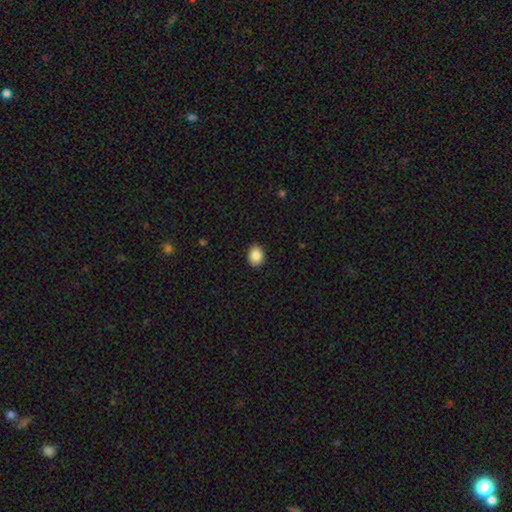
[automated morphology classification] This appears to be a smooth galaxy with no disk features (88%) that is round (51%). Merging: none (90%).